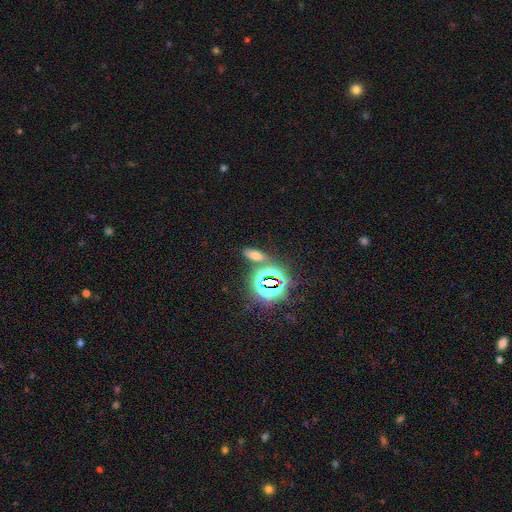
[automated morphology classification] Smooth or featured? Predicted: smooth (p=0.51). How rounded? Predicted: in between (p=0.75). Merging? Predicted: none (p=0.72).